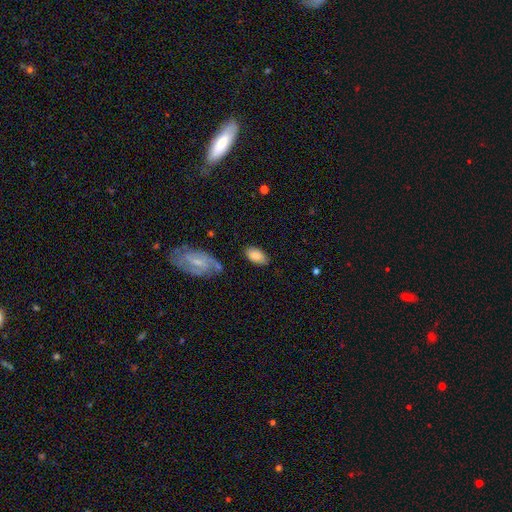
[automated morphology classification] A smooth galaxy with no disk features (80%) that is in between round and cigar-shaped (94%).

Vote fractions:
- Smooth or featured? smooth: 80% / featured or disk: 13% / star or artifact: 7%
- How rounded? in between: 94% / round: 4% / cigar-shaped: 2%
- Merging? none: 75% / minor disturbance: 17% / major disturbance: 4% / merger: 4%